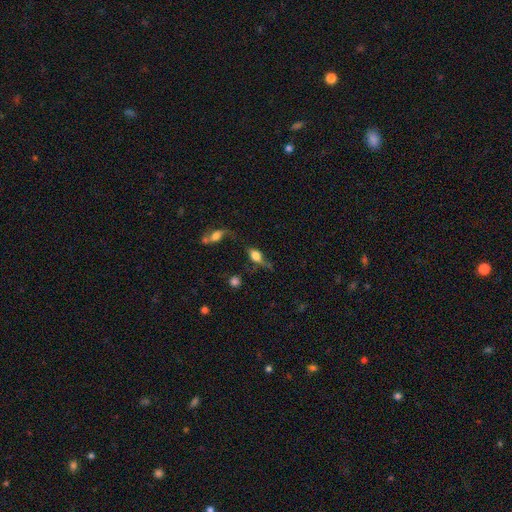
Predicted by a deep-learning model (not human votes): This appears to be a smooth galaxy with no disk features (63%) that is in between round and cigar-shaped (72%). Merging: none (42%).